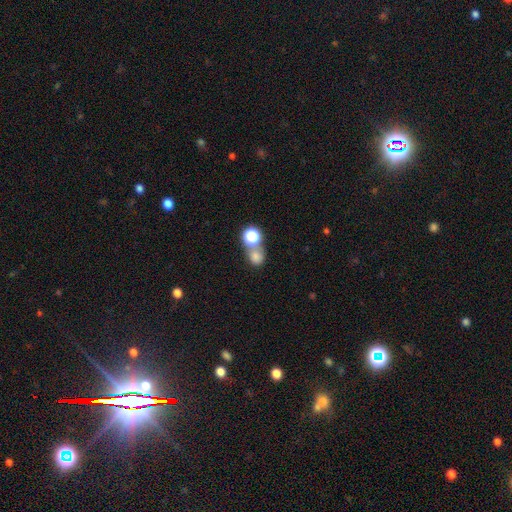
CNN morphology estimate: The model was most divided on "merging": none: 44%, merger: 42%, minor disturbance: 9%, major disturbance: 5%. More confident: how rounded — round (74%); smooth or featured — smooth (72%).